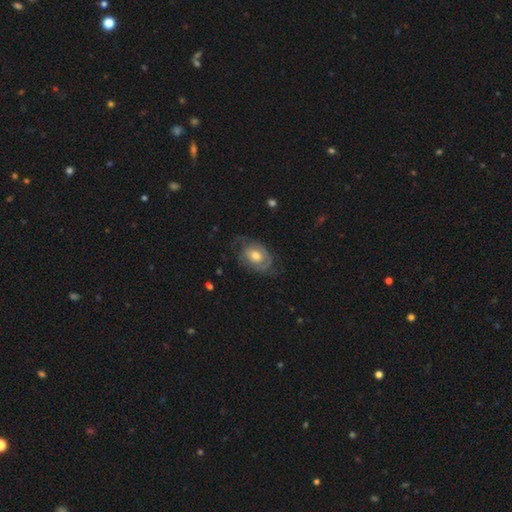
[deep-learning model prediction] Smooth or featured?
  - featured or disk: 67% *
  - smooth: 26%
  - star or artifact: 7%
Edge-on disk?
  - no: 96% *
  - yes: 4%
Bar?
  - no: 74% *
  - weak: 22%
  - strong: 4%
Spiral arms?
  - yes: 80% *
  - no: 20%
Spiral winding?
  - tight: 52% *
  - medium: 33%
  - loose: 14%
Spiral arm count?
  - 2: 48% *
  - can't tell: 29%
  - 1: 12%
  - 3: 6%
  - 4: 2%
  - more than 4: 2%
Bulge size?
  - moderate: 68% *
  - large: 16%
  - small: 13%
  - none: 2%
  - dominant: 1%
Merging?
  - none: 60% *
  - minor disturbance: 23%
  - major disturbance: 15%
  - merger: 1%